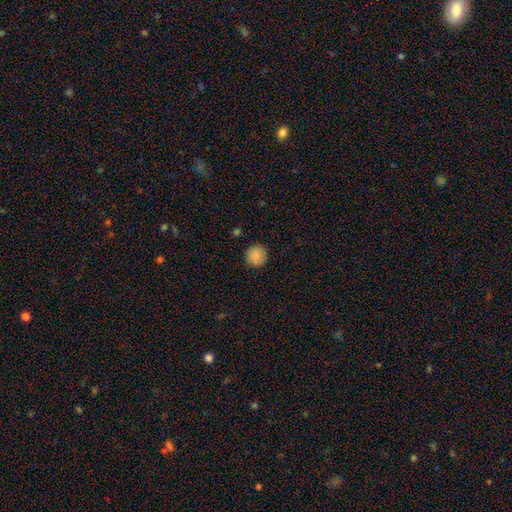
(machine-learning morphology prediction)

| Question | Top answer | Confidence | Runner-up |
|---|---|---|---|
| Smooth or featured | smooth | 88% | star or artifact (8%) |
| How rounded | round | 93% | in between (6%) |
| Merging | none | 89% | minor disturbance (8%) |